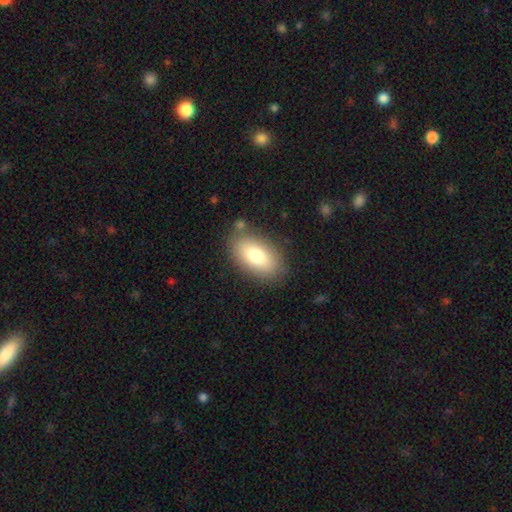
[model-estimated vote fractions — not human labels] smooth 79%, featured or disk 13%, star or artifact 8%. Down the decision tree: how rounded — in between (92%); merging — none (79%).